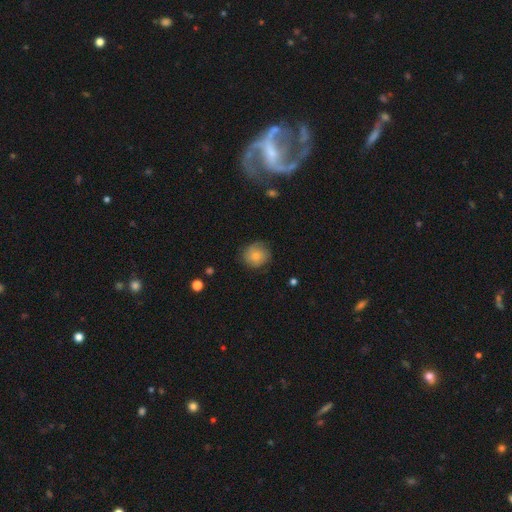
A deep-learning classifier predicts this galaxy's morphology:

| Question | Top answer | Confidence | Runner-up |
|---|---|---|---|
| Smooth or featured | smooth | 78% | featured or disk (14%) |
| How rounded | round | 86% | in between (13%) |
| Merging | none | 74% | minor disturbance (20%) |